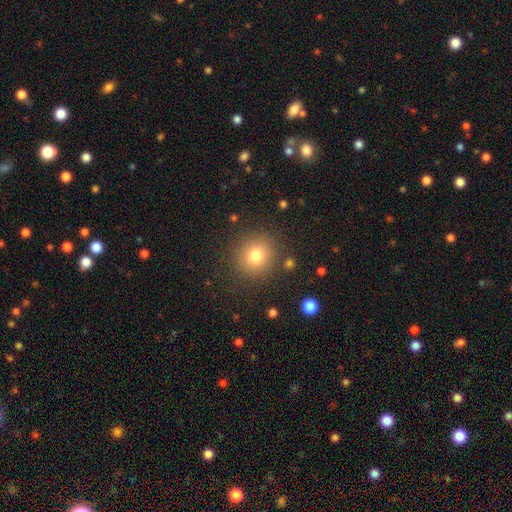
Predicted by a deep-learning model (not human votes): Smooth or featured: smooth — 77% (star or artifact — 14%)
How rounded: round — 89% (in between — 10%)
Merging: none — 86% (minor disturbance — 8%)